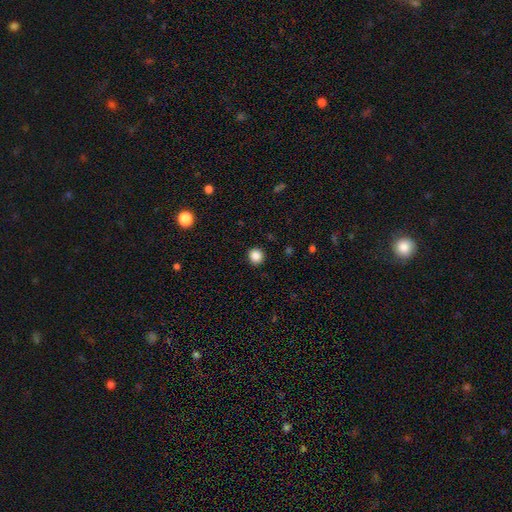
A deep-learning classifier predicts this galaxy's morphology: This is clearly a smooth galaxy (86%). How rounded: clearly round (93%). Merging: clearly none (92%).